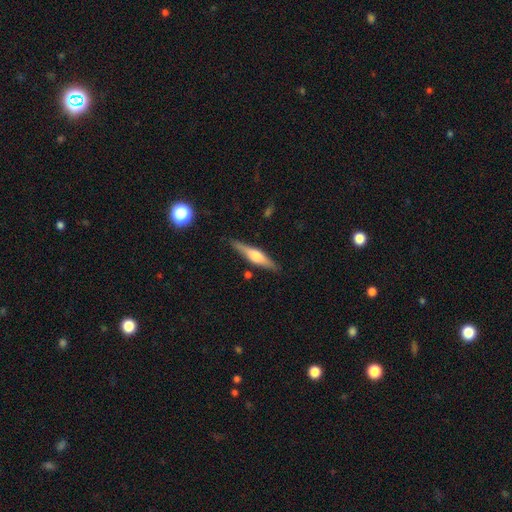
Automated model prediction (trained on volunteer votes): Smooth or featured? featured or disk (59%)
Edge-on disk? yes (96%)
Edge-on bulge? rounded (79%)
Merging? none (85%)